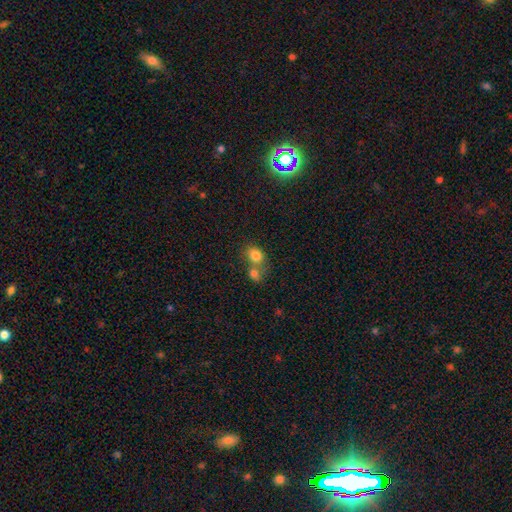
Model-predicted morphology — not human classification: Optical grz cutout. It shows a smooth galaxy with no disk features (80%) that is round (57%). Merging: merger (54%).